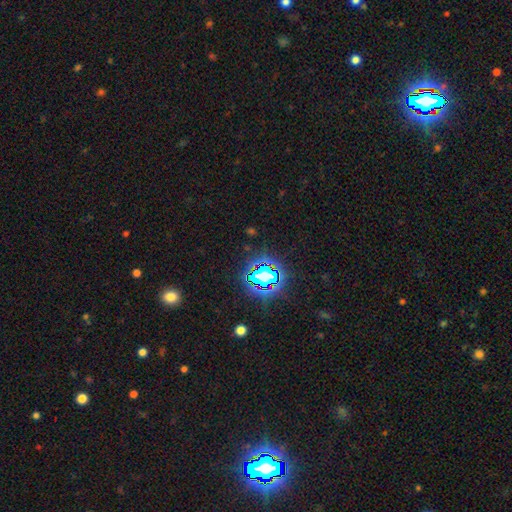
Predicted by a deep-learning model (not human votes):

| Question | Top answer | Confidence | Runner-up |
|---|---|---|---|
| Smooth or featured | star or artifact | 82% | smooth (11%) |